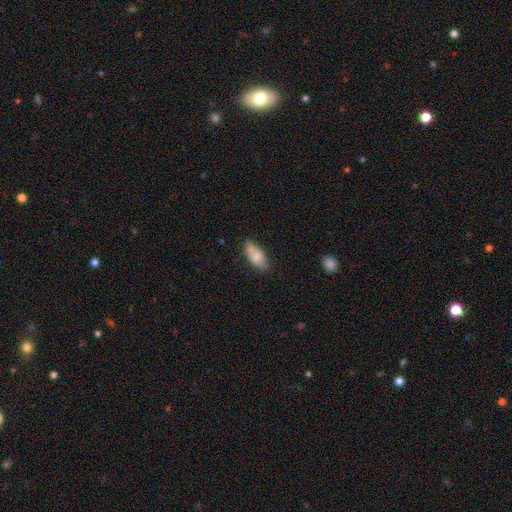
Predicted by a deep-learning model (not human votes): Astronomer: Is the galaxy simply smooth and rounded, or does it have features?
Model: smooth — 78%.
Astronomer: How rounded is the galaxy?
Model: in between — 83%.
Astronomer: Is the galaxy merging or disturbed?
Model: none — 69%.